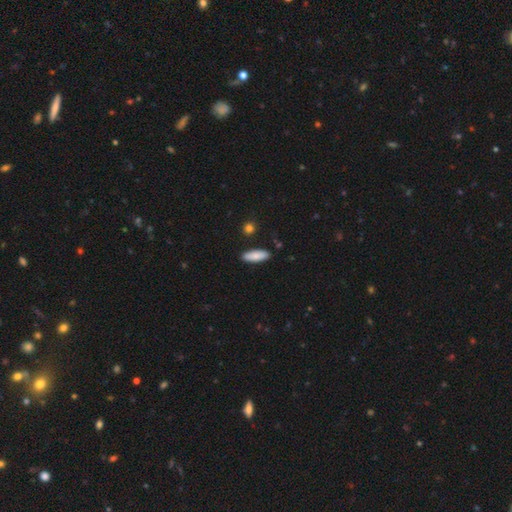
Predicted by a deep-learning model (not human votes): smooth_or_featured: smooth (p=0.85) [alt: featured or disk p=0.09]
how_rounded: in between (p=0.58) [alt: cigar-shaped p=0.40]
merging: none (p=0.88) [alt: minor disturbance p=0.08]